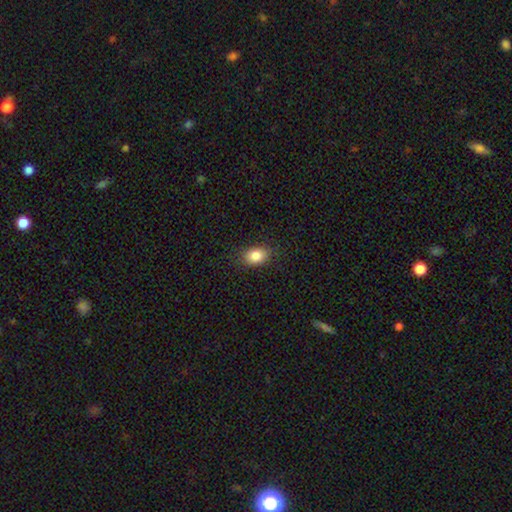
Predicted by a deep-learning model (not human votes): Smooth or featured: smooth — 85% (star or artifact — 9%)
How rounded: in between — 80% (round — 19%)
Merging: none — 86% (minor disturbance — 10%)